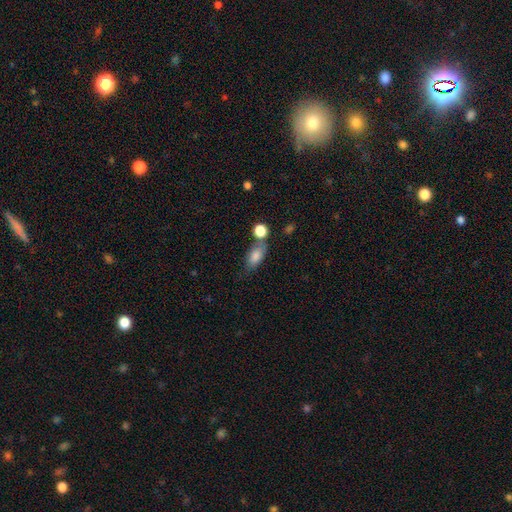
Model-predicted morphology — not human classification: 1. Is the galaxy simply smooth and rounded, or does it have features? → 82% smooth, 10% featured or disk, 8% star or artifact.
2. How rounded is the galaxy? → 82% in between, 9% round, 9% cigar-shaped.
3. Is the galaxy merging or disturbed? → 56% none, 21% merger, 17% minor disturbance, 6% major disturbance.